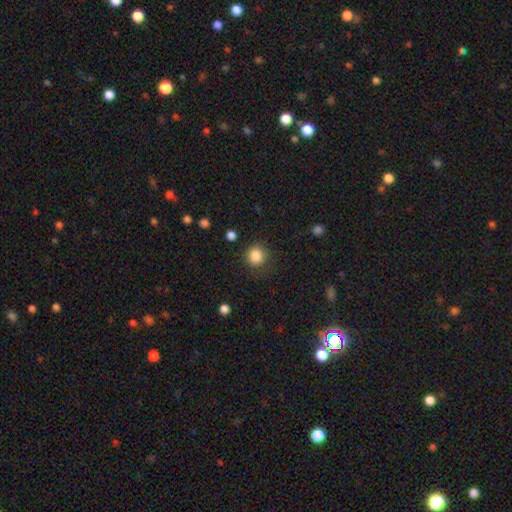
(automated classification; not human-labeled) Smooth or featured? smooth (85%)
How rounded? round (92%)
Merging? none (84%)